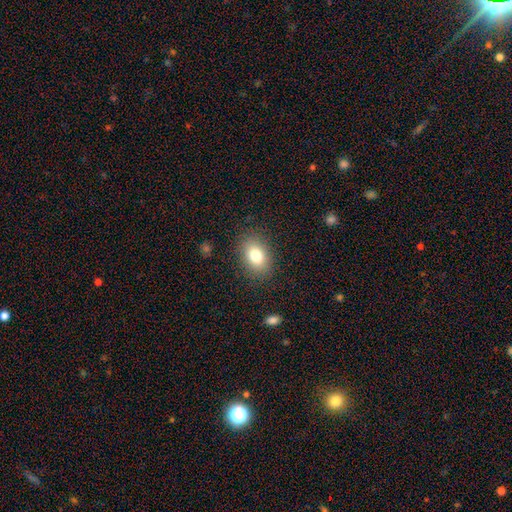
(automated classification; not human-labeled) Smooth or featured? smooth (80%)
How rounded? in between (80%)
Merging? none (86%)